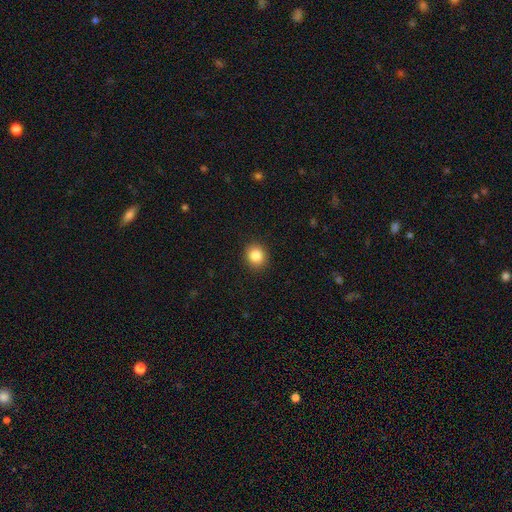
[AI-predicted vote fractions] Smooth or featured?
  - smooth: 85% *
  - star or artifact: 10%
  - featured or disk: 5%
How rounded?
  - round: 80% *
  - in between: 19%
  - cigar-shaped: 1%
Merging?
  - none: 91% *
  - minor disturbance: 6%
  - major disturbance: 2%
  - merger: 1%